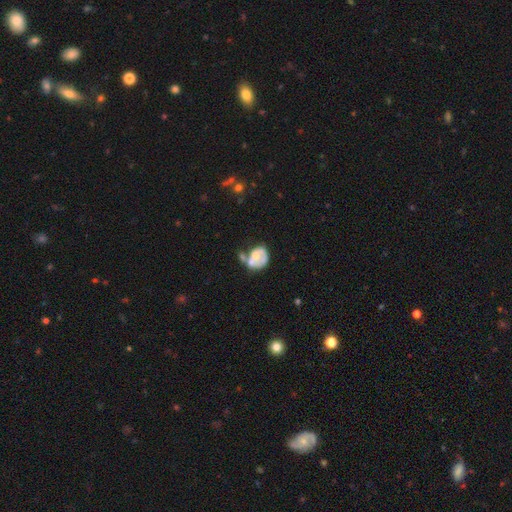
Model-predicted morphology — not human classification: Overall: featured or disk (56%; smooth 36%). Edge-on disk: no (98%). Bar: no (91%). Spiral arms: no (83%). Bulge size: moderate (60%). Merging: merger (44%; none 22%).